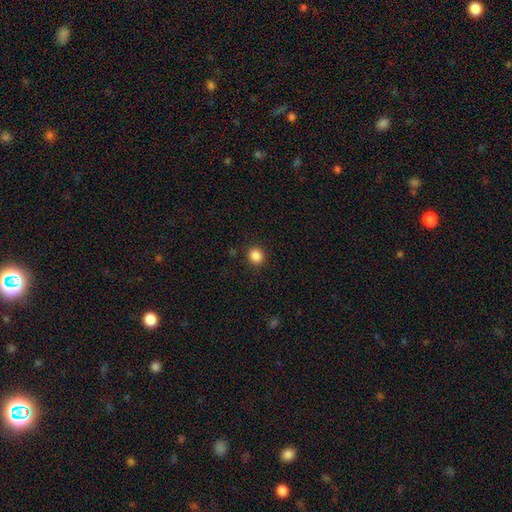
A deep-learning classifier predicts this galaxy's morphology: A smooth galaxy with no disk features (86%) that is round (84%).

Vote fractions:
- Smooth or featured? smooth: 86% / star or artifact: 10% / featured or disk: 3%
- How rounded? round: 84% / in between: 16% / cigar-shaped: 1%
- Merging? none: 90% / minor disturbance: 6% / major disturbance: 2% / merger: 1%